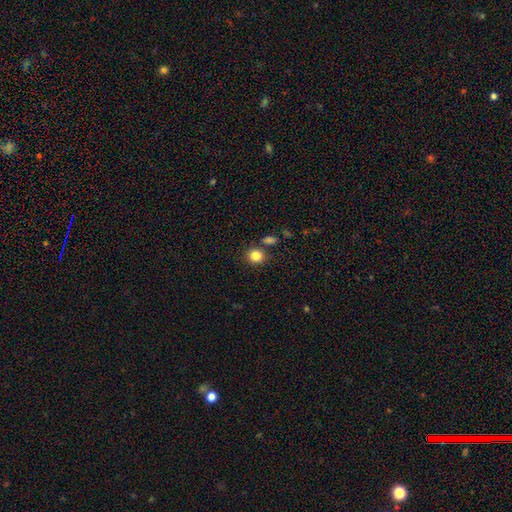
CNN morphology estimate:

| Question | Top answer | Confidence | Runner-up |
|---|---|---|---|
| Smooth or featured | smooth | 84% | star or artifact (11%) |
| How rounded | round | 83% | in between (16%) |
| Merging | none | 79% | minor disturbance (9%) |